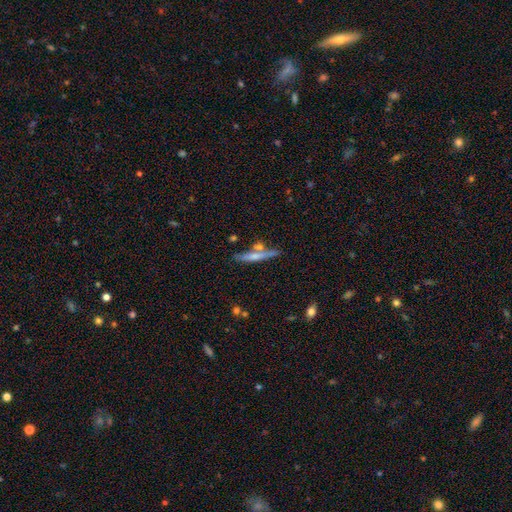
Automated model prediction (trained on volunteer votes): smooth_or_featured: featured or disk (p=0.47) [alt: smooth p=0.46]
merging: none (p=0.69) [alt: merger p=0.15]